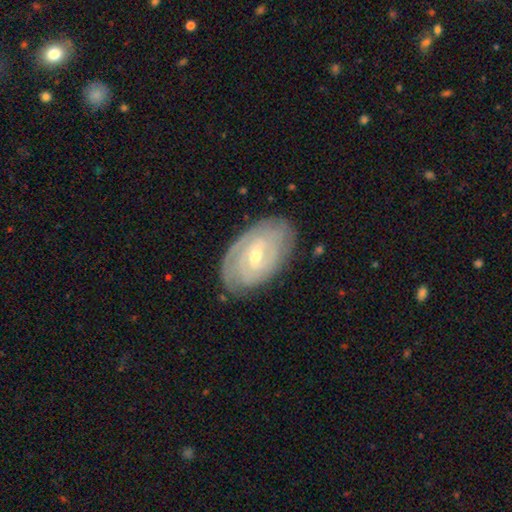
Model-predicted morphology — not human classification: A featured or disk galaxy (82%) with a weak bar (50%), tight (76%) spiral arms (92%) and a moderate central bulge (49%). Merging: none (79%).